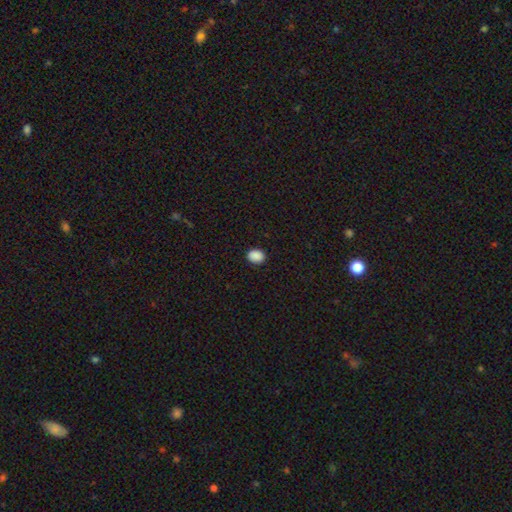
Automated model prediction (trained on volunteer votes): This is clearly a smooth galaxy (89%). How rounded: possibly in between (58%). Merging: clearly none (90%).